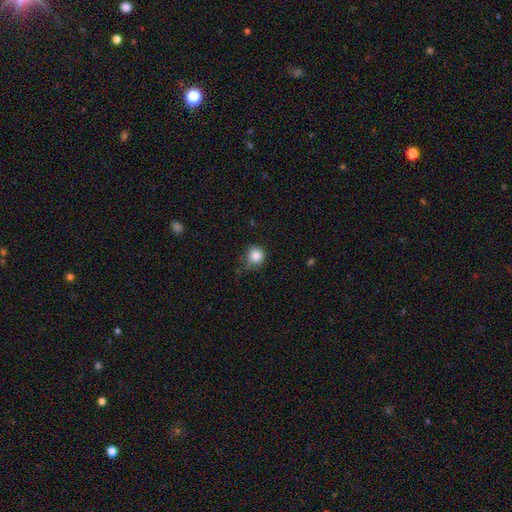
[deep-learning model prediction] smooth-or-featured: smooth: 84% | star or artifact: 11% | featured or disk: 5%
  how-rounded: round: 90% | in between: 9% | cigar-shaped: 1%
  merging: none: 66% | minor disturbance: 26% | major disturbance: 6% | merger: 2%